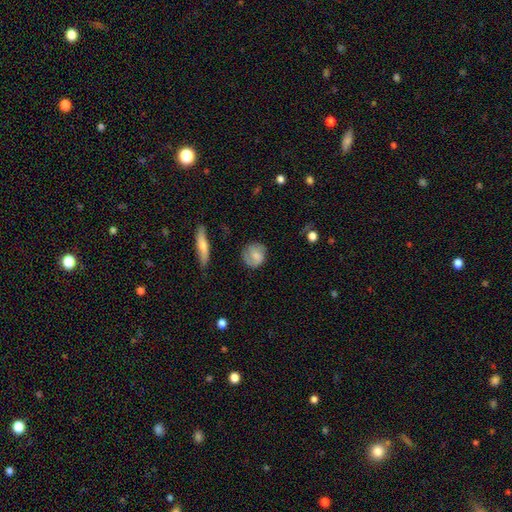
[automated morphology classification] Smooth or featured? Predicted: smooth (p=0.55). How rounded? Predicted: round (p=0.78). Merging? Predicted: none (p=0.73).